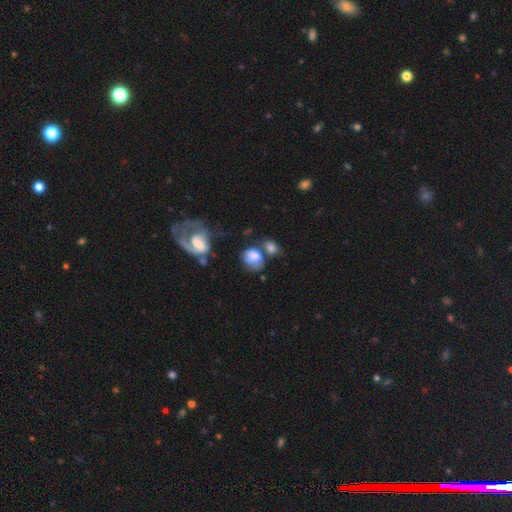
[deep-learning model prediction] A smooth galaxy with no disk features (66%) that is in between round and cigar-shaped (51%).

Vote fractions:
- Smooth or featured? smooth: 66% / featured or disk: 24% / star or artifact: 9%
- How rounded? in between: 51% / round: 47% / cigar-shaped: 1%
- Merging? none: 33% / merger: 30% / minor disturbance: 21% / major disturbance: 16%